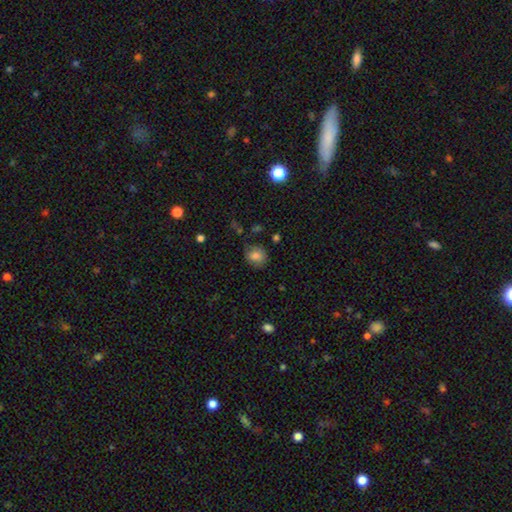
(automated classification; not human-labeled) smooth-or-featured: smooth: 81% | star or artifact: 10% | featured or disk: 9%
  how-rounded: round: 72% | in between: 27% | cigar-shaped: 1%
  merging: none: 74% | minor disturbance: 19% | major disturbance: 5% | merger: 2%